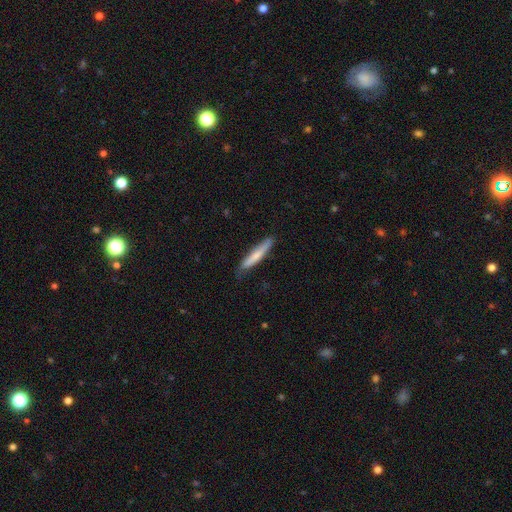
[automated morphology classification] Smooth or featured?
  - smooth: 67% *
  - featured or disk: 28%
  - star or artifact: 5%
How rounded?
  - cigar-shaped: 92% *
  - in between: 7%
  - round: 1%
Merging?
  - none: 77% *
  - minor disturbance: 19%
  - major disturbance: 3%
  - merger: 1%